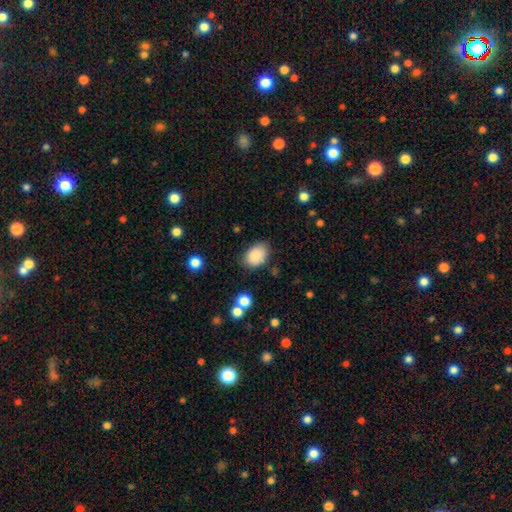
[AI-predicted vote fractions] smooth-or-featured: smooth: 88% | star or artifact: 8% | featured or disk: 4%
  how-rounded: in between: 80% | round: 19% | cigar-shaped: 1%
  merging: none: 79% | minor disturbance: 15% | major disturbance: 4% | merger: 2%